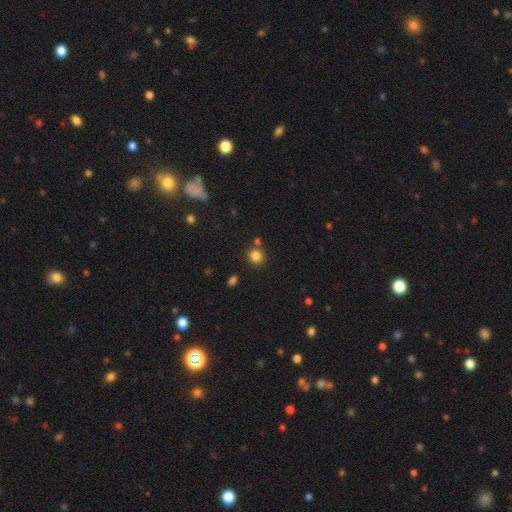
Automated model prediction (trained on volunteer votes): Smooth or featured?
  - smooth: 83% *
  - star or artifact: 12%
  - featured or disk: 5%
How rounded?
  - round: 89% *
  - in between: 10%
  - cigar-shaped: 1%
Merging?
  - none: 78% *
  - merger: 10%
  - minor disturbance: 8%
  - major disturbance: 3%